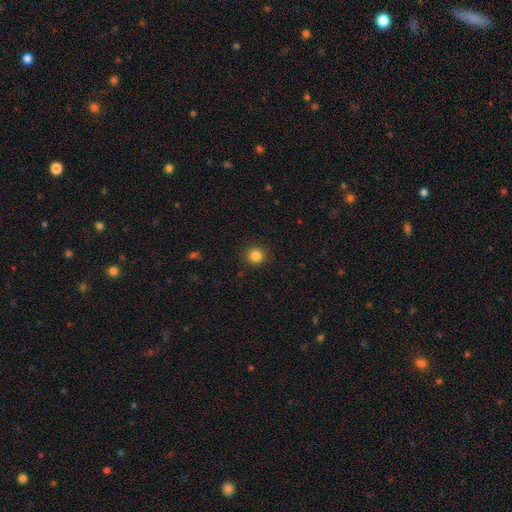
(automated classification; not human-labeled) smooth-or-featured: smooth: 84% | star or artifact: 12% | featured or disk: 4%
  how-rounded: round: 94% | in between: 5% | cigar-shaped: 1%
  merging: none: 91% | minor disturbance: 6% | major disturbance: 2% | merger: 1%